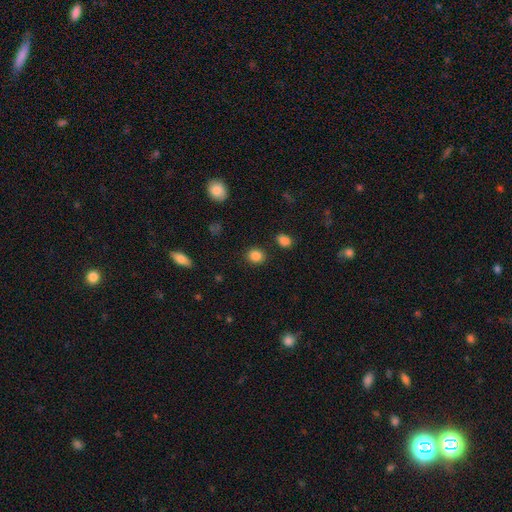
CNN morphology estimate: Smooth or featured? Predicted: smooth (p=0.86). How rounded? Predicted: round (p=0.78). Merging? Predicted: none (p=0.88).